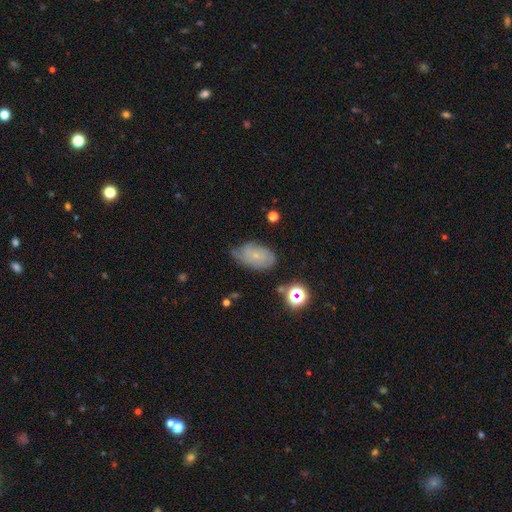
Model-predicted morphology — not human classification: Smooth or featured: featured or disk — 49% (smooth — 39%)
Merging: none — 56% (minor disturbance — 32%)